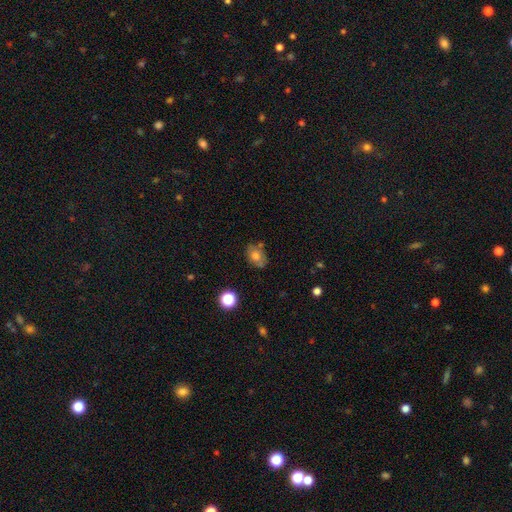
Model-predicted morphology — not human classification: type=smooth (69%); roundness=in between (74%); merging=none (65%).